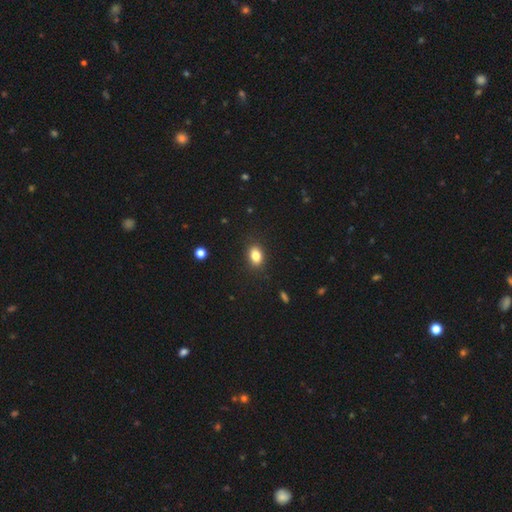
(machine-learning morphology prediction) Smooth or featured: smooth — 83% (star or artifact — 10%)
How rounded: in between — 79% (round — 19%)
Merging: none — 87% (minor disturbance — 9%)